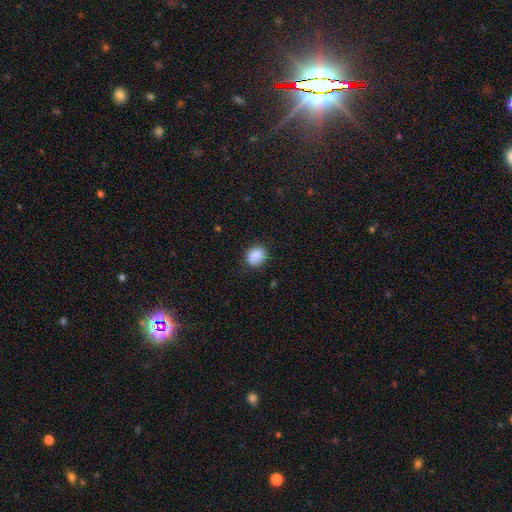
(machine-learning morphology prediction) The model was most divided on "how rounded": round: 59%, in between: 40%, cigar-shaped: 1%. More confident: smooth or featured — smooth (88%); merging — none (81%).